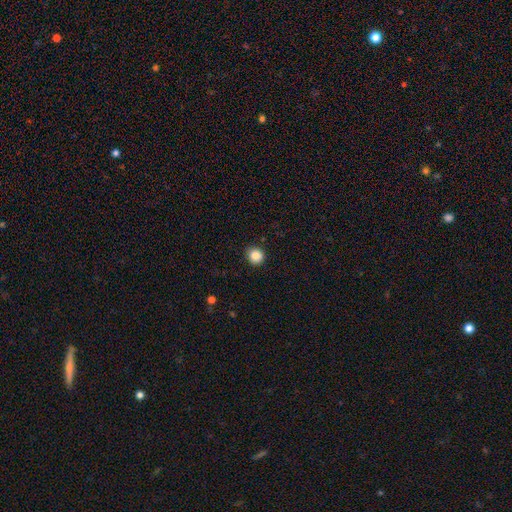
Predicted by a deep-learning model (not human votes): Overall: smooth (86%). How rounded: round (92%). Merging: none (90%).